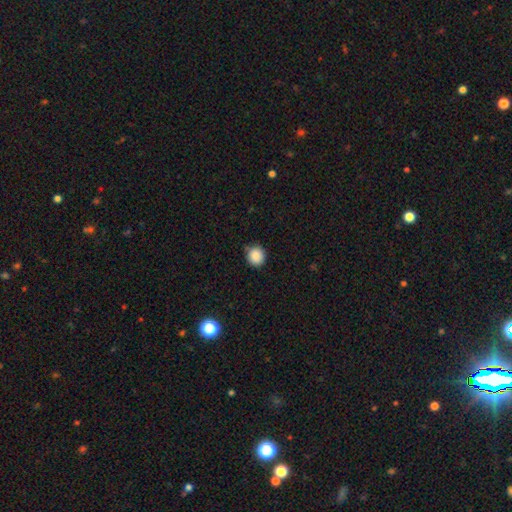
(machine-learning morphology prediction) smooth_or_featured: smooth (p=0.88) [alt: star or artifact p=0.09]
how_rounded: round (p=0.90) [alt: in between p=0.09]
merging: none (p=0.87) [alt: minor disturbance p=0.09]